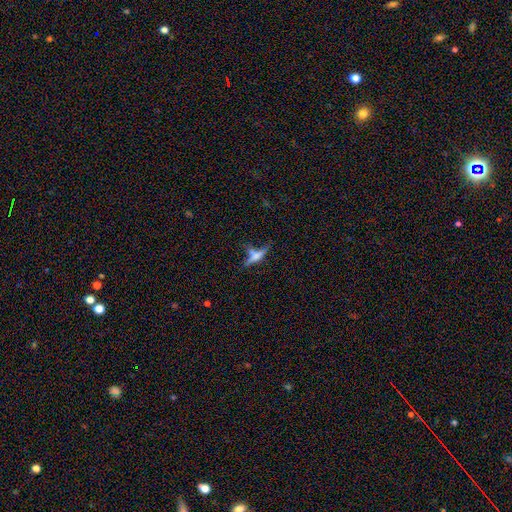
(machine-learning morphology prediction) Overall: smooth (49%; featured or disk 39%). Merging: none (47%; merger 26%).